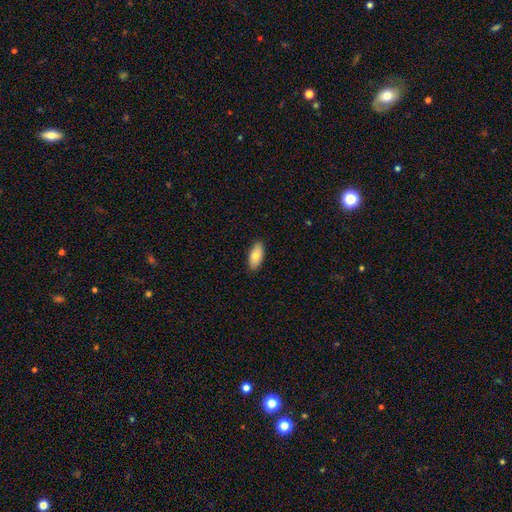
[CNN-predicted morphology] Overall: smooth (81%). How rounded: in between (89%). Merging: none (89%).